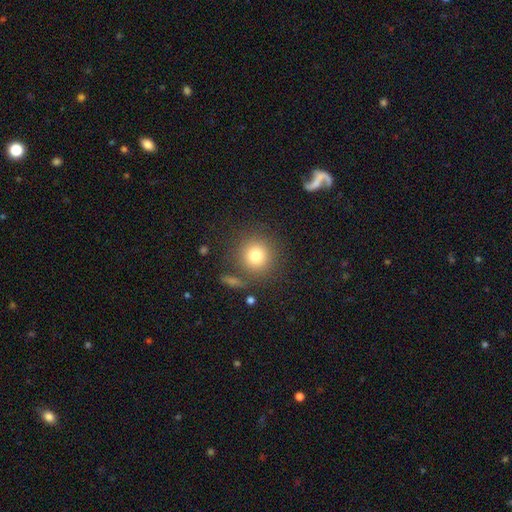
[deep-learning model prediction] This appears to be a smooth galaxy with no disk features (79%) that is round (93%). Merging: none (82%).